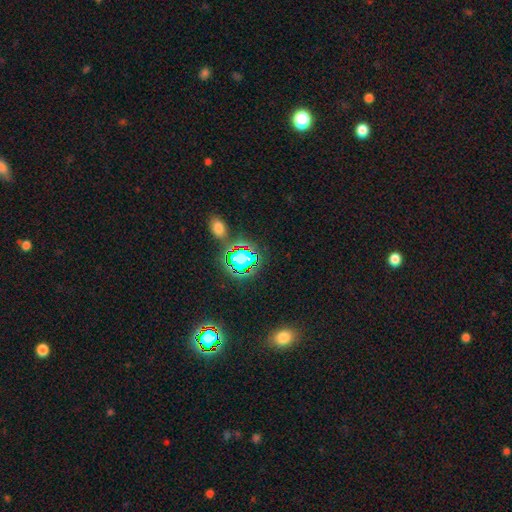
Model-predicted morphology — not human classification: Smooth or featured: star or artifact — 75% (smooth — 17%)